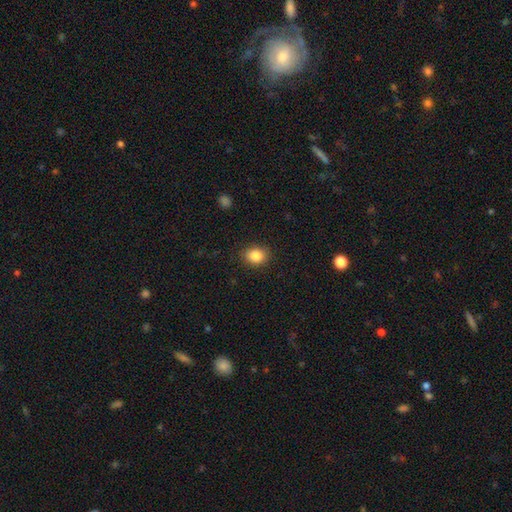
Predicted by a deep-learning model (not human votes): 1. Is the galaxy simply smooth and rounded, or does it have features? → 86% smooth, 9% star or artifact, 5% featured or disk.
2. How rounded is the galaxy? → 51% round, 48% in between, 1% cigar-shaped.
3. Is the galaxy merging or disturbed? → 87% none, 9% minor disturbance, 3% major disturbance, 1% merger.